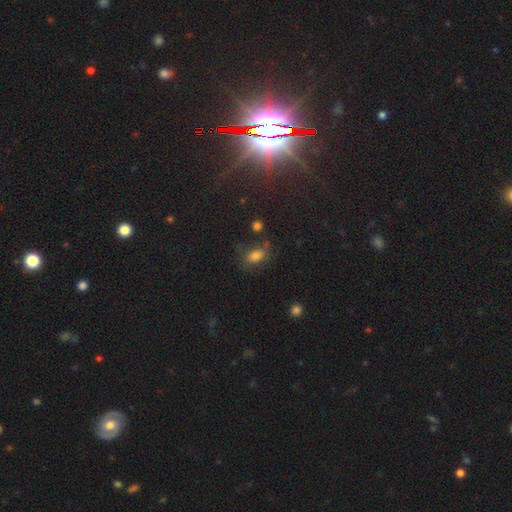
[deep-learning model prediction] Morphology: type=smooth (75%); roundness=in between (84%); merging=none (62%).